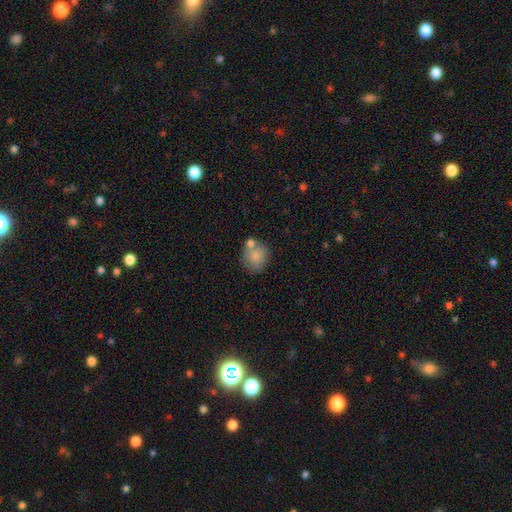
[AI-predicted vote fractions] Smooth or featured? smooth (81%)
How rounded? round (73%)
Merging? none (56%)